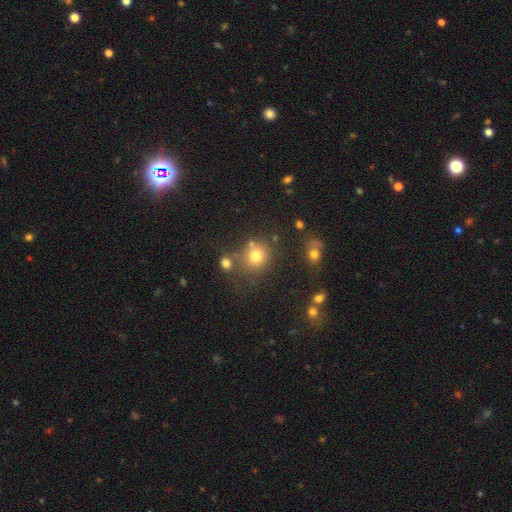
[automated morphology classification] A smooth galaxy with no disk features (74%) that is round (86%). Merging: none (69%).